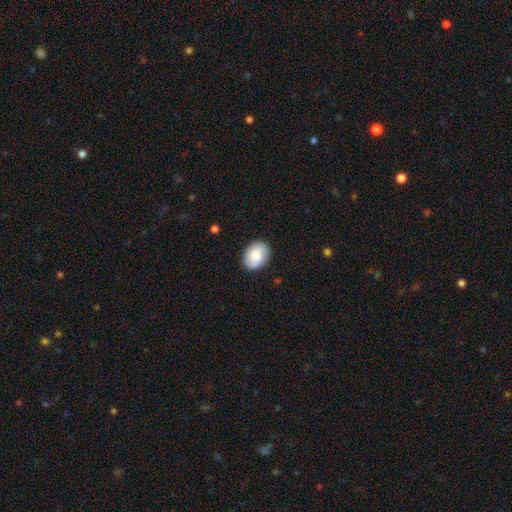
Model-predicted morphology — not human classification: The model was most divided on "how rounded": in between: 63%, round: 36%, cigar-shaped: 1%. More confident: merging — none (87%); smooth or featured — smooth (78%).